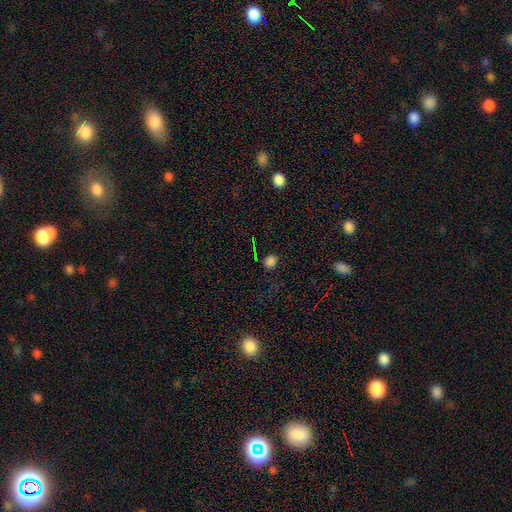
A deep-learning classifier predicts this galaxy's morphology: Smooth or featured? Predicted: star or artifact (p=0.50).